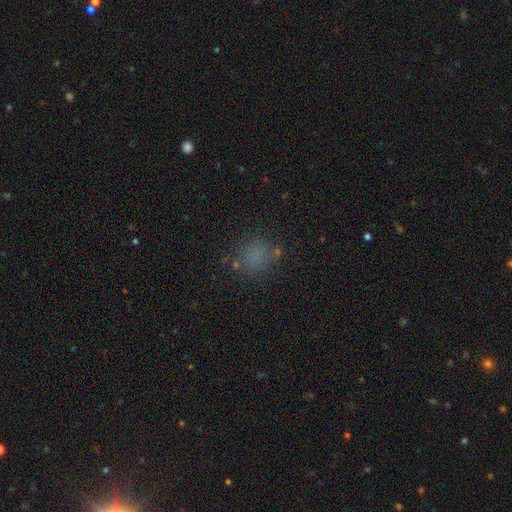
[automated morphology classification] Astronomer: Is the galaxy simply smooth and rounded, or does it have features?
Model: smooth — 70%.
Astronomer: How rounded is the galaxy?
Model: round — 76%.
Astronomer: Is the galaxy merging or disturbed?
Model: none — 77%.